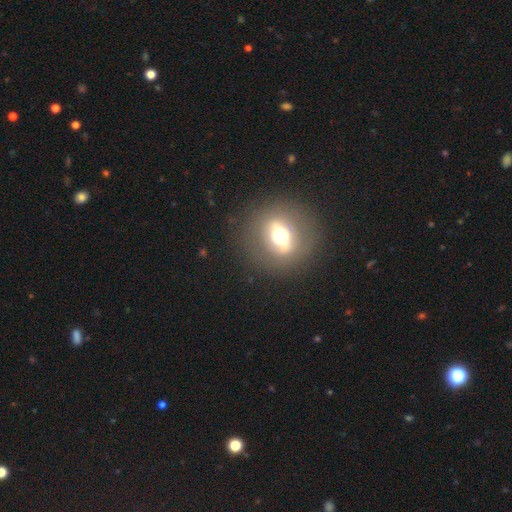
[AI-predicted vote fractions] This appears to be a smooth galaxy with no disk features (43%). Merging: none (89%).